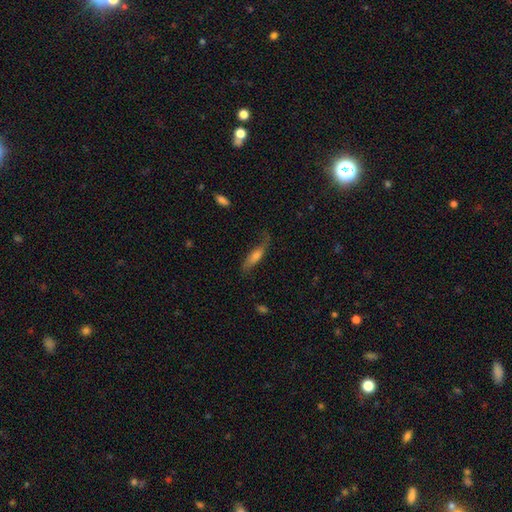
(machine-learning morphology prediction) Smooth or featured: smooth — 47% (featured or disk — 43%)
Merging: none — 58% (minor disturbance — 25%)